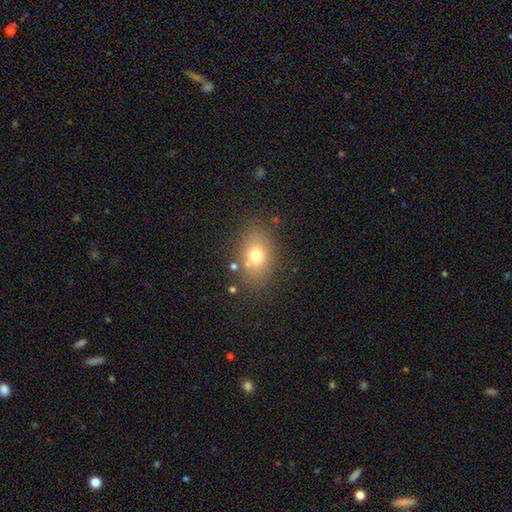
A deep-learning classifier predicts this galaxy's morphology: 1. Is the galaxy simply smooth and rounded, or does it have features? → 71% smooth, 15% featured or disk, 14% star or artifact.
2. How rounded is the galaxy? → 66% in between, 32% round, 1% cigar-shaped.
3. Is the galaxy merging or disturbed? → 77% none, 12% minor disturbance, 5% merger, 5% major disturbance.